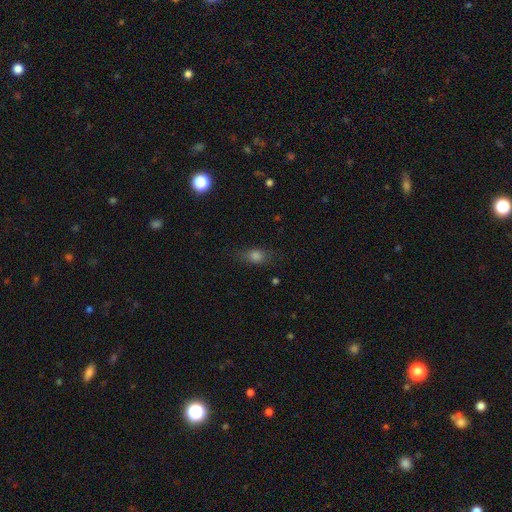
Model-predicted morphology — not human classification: Q: Smooth or featured?
A: smooth (69%); runner-up: star or artifact (16%)
Q: How rounded?
A: in between (63%); runner-up: round (23%)
Q: Merging?
A: none (75%); runner-up: minor disturbance (17%)